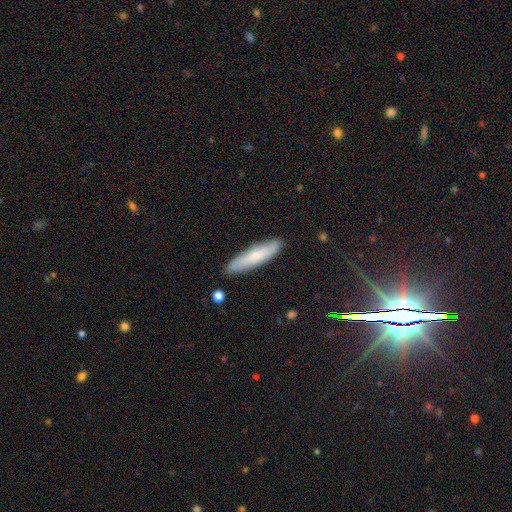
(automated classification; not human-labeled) Smooth or featured?
  - smooth: 70% *
  - featured or disk: 23%
  - star or artifact: 7%
How rounded?
  - cigar-shaped: 81% *
  - in between: 18%
  - round: 1%
Merging?
  - none: 87% *
  - minor disturbance: 10%
  - major disturbance: 2%
  - merger: 2%